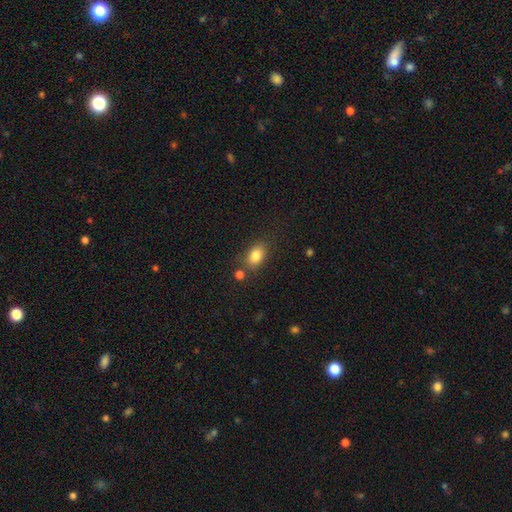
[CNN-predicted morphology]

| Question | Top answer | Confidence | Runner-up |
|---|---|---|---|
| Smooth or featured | smooth | 83% | star or artifact (9%) |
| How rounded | in between | 82% | round (16%) |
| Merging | none | 72% | minor disturbance (14%) |